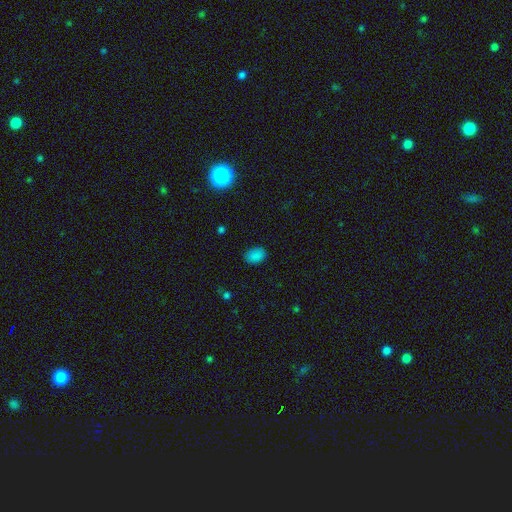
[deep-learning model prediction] The model was most divided on "how rounded": in between: 78%, round: 20%, cigar-shaped: 1%. More confident: merging — none (84%); smooth or featured — smooth (84%).